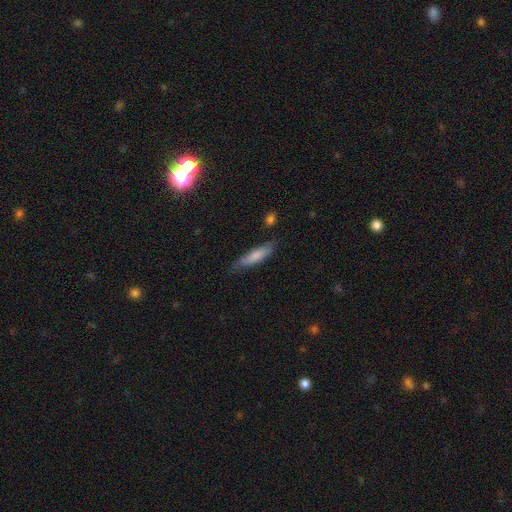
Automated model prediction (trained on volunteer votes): Overall: smooth (77%). How rounded: cigar-shaped (74%). Merging: none (75%).